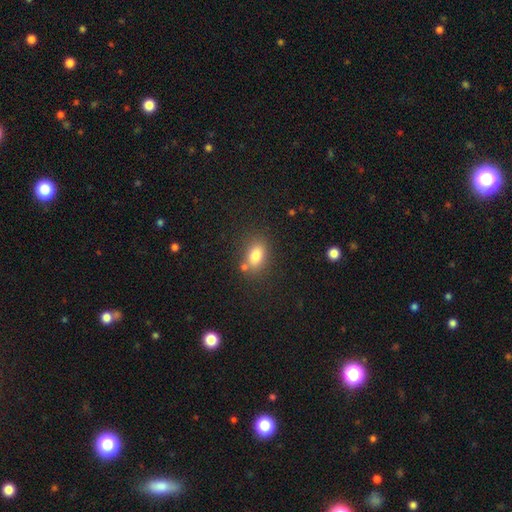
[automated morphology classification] A smooth galaxy with no disk features (81%) that is in between round and cigar-shaped (81%). Merging: none (72%).